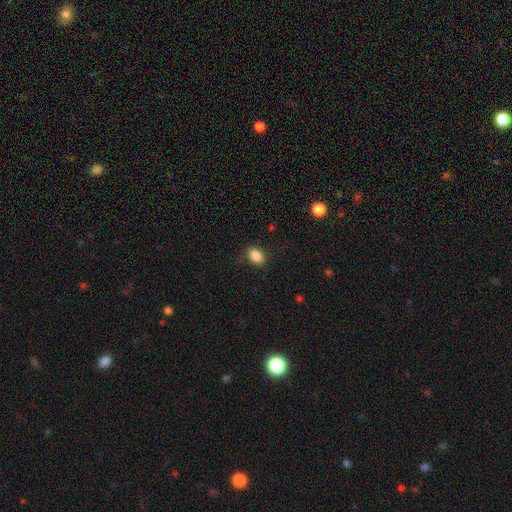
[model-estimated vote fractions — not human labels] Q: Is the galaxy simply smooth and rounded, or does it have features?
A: smooth — 86%.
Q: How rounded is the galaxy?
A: in between — 79%.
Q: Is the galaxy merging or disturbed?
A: none — 84%.